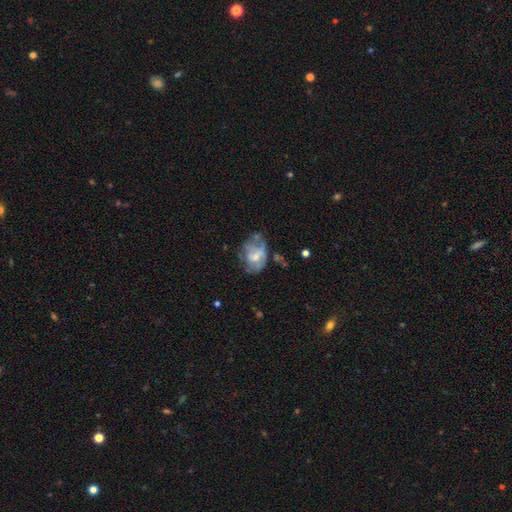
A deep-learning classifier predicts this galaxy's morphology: type=featured or disk (58%); edge-on=no (97%); bar=no (55%); spiral arms=no (55%); bulge=small (41%); merging=none (38%).